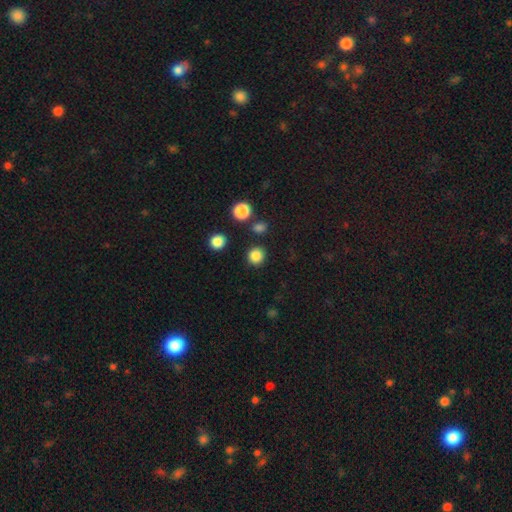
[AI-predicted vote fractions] A smooth galaxy with no disk features (84%) that is round (91%). Merging: none (87%).